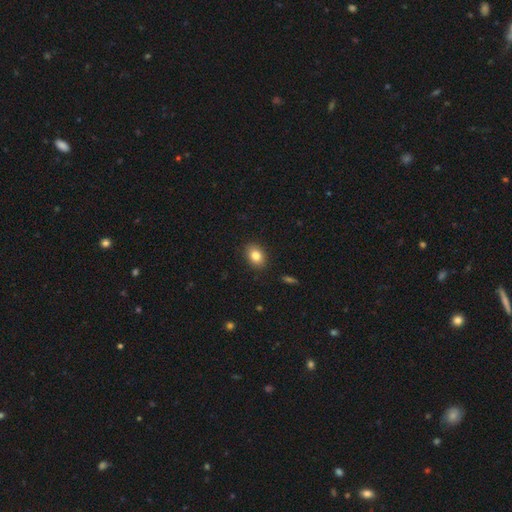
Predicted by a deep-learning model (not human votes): A smooth galaxy with no disk features (82%) that is in between round and cigar-shaped (71%). Merging: none (89%).